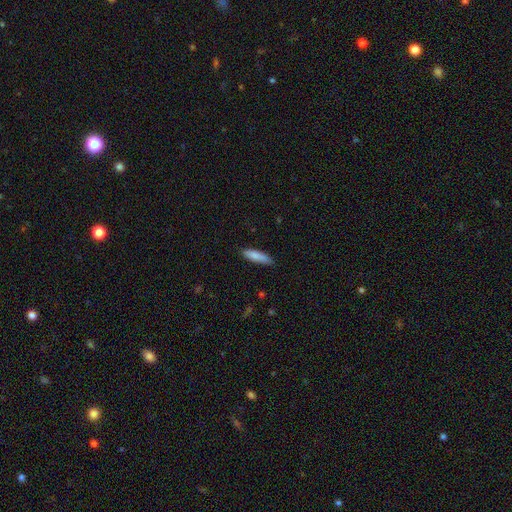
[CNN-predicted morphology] Smooth or featured? smooth (84%)
How rounded? cigar-shaped (72%)
Merging? none (84%)